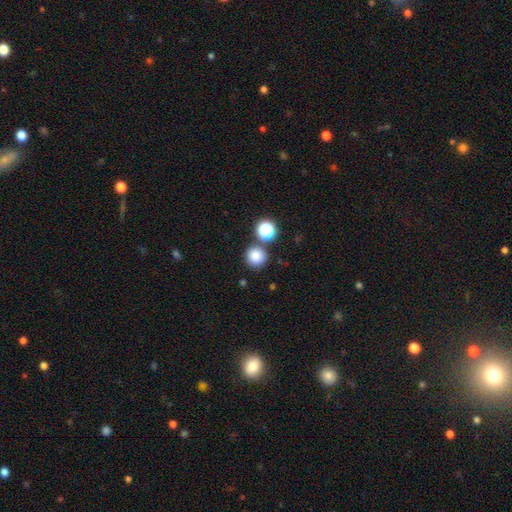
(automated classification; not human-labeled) smooth-or-featured: smooth: 81% | star or artifact: 13% | featured or disk: 5%
  how-rounded: round: 93% | in between: 6% | cigar-shaped: 1%
  merging: none: 77% | merger: 12% | minor disturbance: 8% | major disturbance: 3%